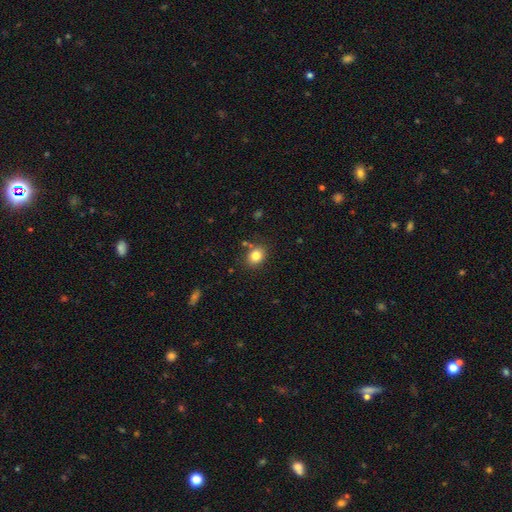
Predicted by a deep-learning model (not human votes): smooth 83%, star or artifact 10%, featured or disk 7%. Down the decision tree: how rounded — round (50%); merging — none (81%).